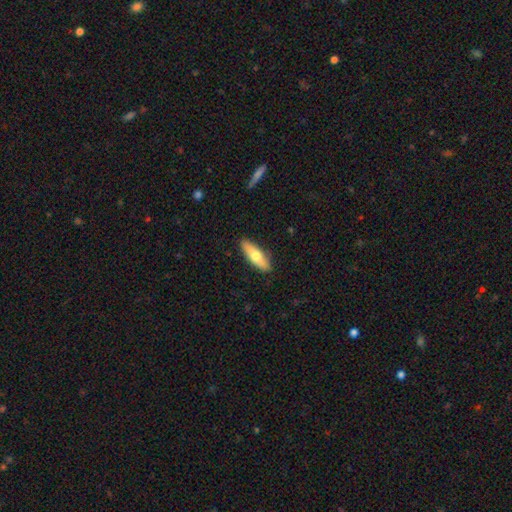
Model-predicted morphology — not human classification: A smooth galaxy with no disk features (63%) that is cigar-shaped (51%). Merging: none (89%).